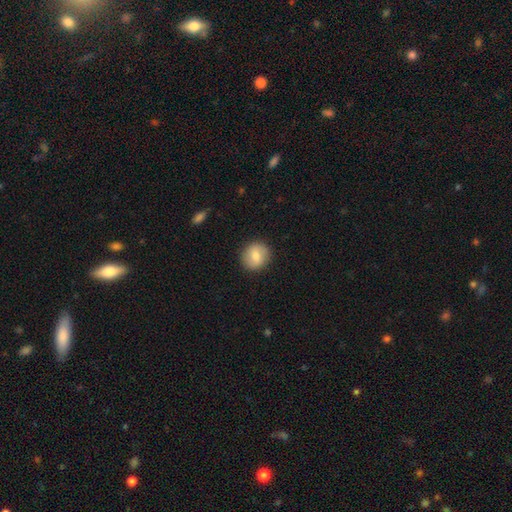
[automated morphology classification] The model was most divided on "smooth or featured": smooth: 74%, featured or disk: 18%, star or artifact: 7%. More confident: merging — none (89%); how rounded — round (84%).